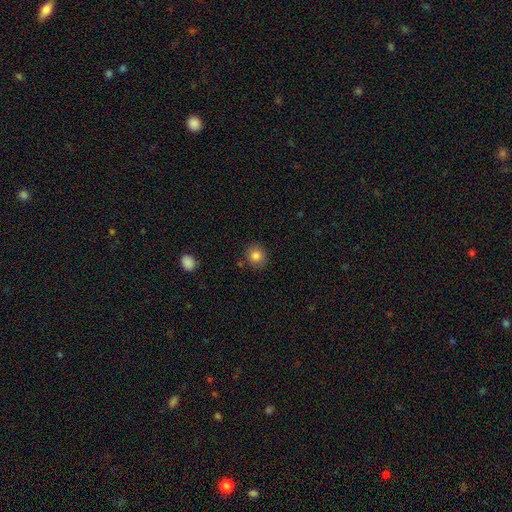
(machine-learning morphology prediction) Smooth or featured: smooth — 83% (star or artifact — 11%)
How rounded: round — 84% (in between — 15%)
Merging: none — 85% (minor disturbance — 10%)